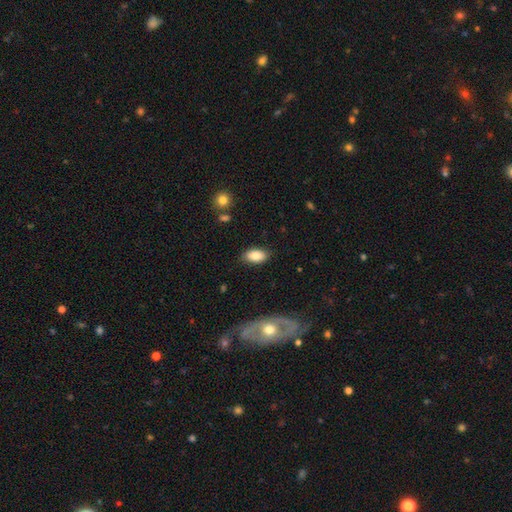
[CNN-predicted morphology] type=smooth (84%); roundness=in between (93%); merging=none (83%).